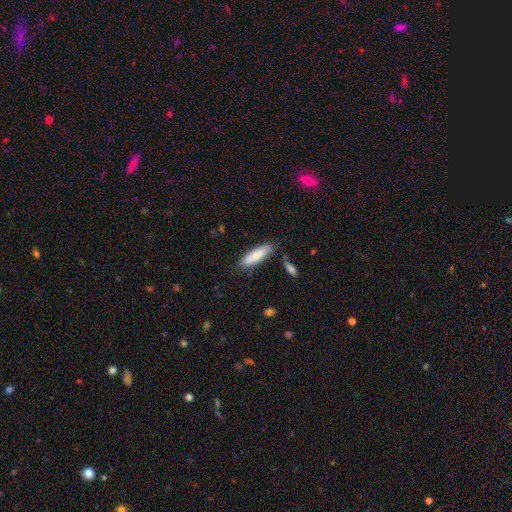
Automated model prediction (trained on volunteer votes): The model was most divided on "how rounded": cigar-shaped: 67%, in between: 32%, round: 1%. More confident: merging — none (79%); smooth or featured — smooth (79%).